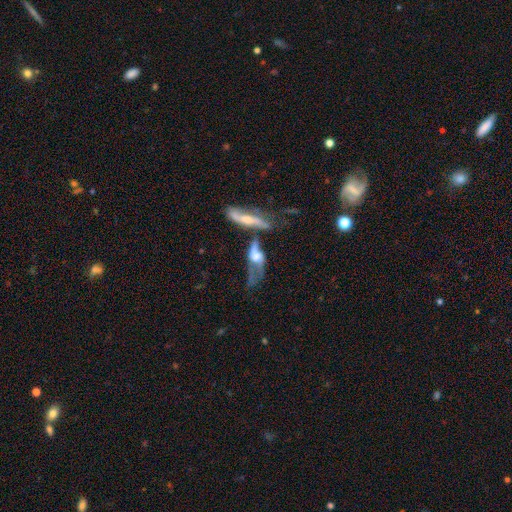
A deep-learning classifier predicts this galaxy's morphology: This appears to be a featured or disk galaxy (63%). Merging: merger (49%).